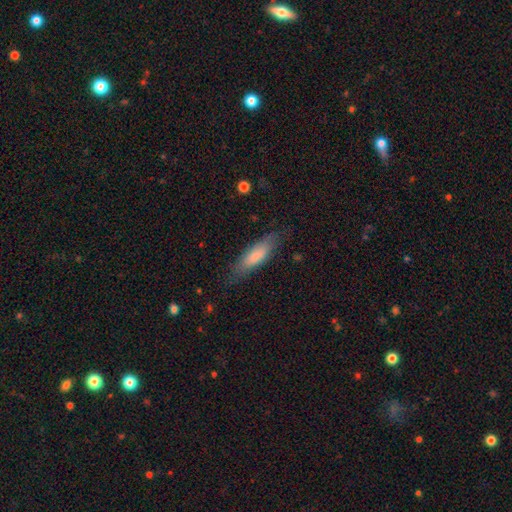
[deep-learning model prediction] Q: Smooth or featured?
A: smooth (75%); runner-up: featured or disk (19%)
Q: How rounded?
A: cigar-shaped (60%); runner-up: in between (39%)
Q: Merging?
A: none (79%); runner-up: minor disturbance (16%)